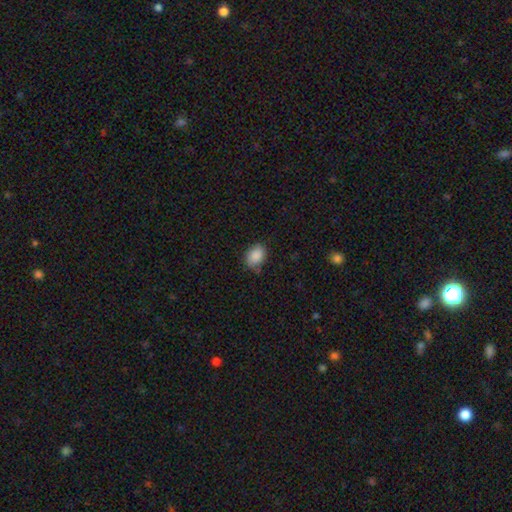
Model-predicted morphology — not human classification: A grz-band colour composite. It shows a smooth galaxy with no disk features (88%) that is in between round and cigar-shaped (74%). Merging: none (79%).